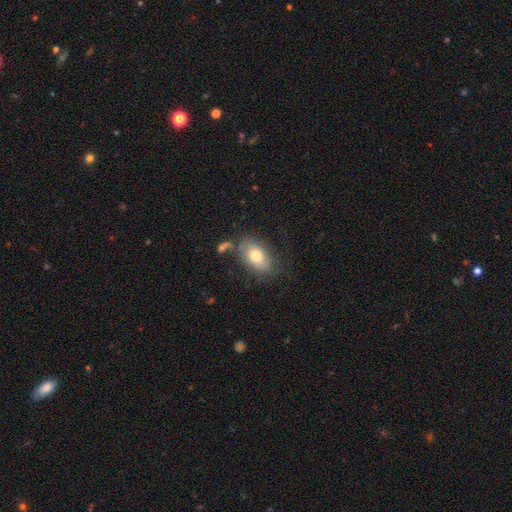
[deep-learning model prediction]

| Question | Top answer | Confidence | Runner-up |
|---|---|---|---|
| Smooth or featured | smooth | 76% | featured or disk (17%) |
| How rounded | in between | 90% | round (8%) |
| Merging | none | 64% | minor disturbance (21%) |